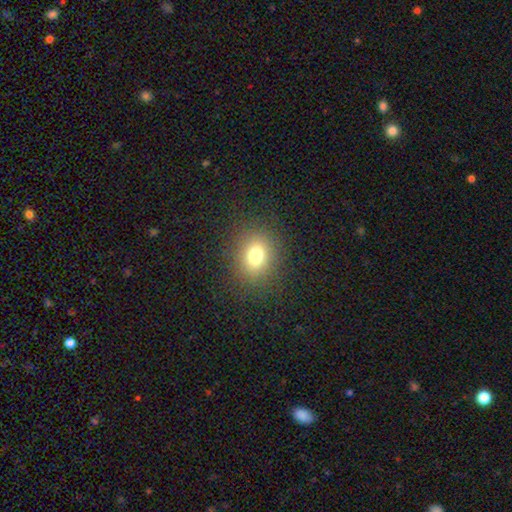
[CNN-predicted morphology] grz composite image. It shows a smooth galaxy with no disk features (75%) that is round (64%). Merging: none (86%).